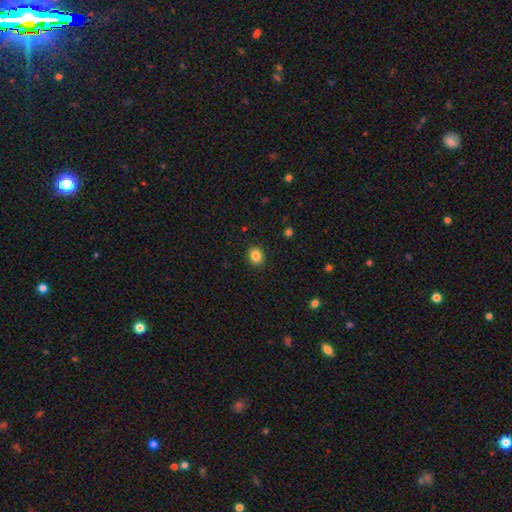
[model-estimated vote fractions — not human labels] smooth-or-featured: smooth: 85% | star or artifact: 10% | featured or disk: 5%
  how-rounded: round: 65% | in between: 34% | cigar-shaped: 1%
  merging: none: 91% | minor disturbance: 7% | major disturbance: 2% | merger: 1%